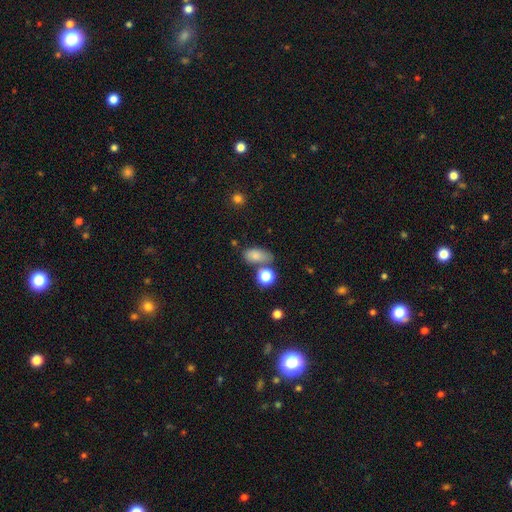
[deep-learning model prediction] A smooth galaxy with no disk features (80%) that is in between round and cigar-shaped (84%).

Vote fractions:
- Smooth or featured? smooth: 80% / star or artifact: 11% / featured or disk: 8%
- How rounded? in between: 84% / round: 12% / cigar-shaped: 4%
- Merging? none: 57% / minor disturbance: 18% / merger: 18% / major disturbance: 7%